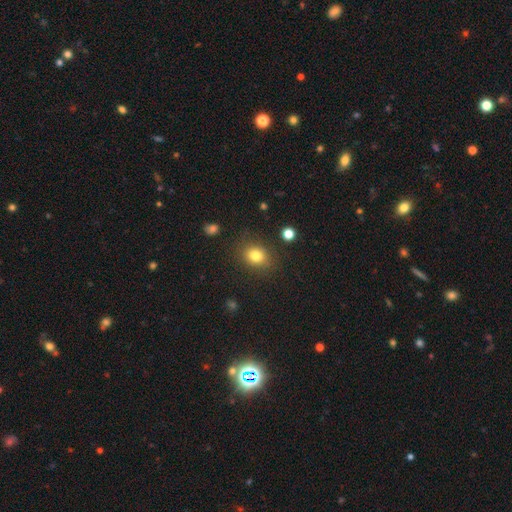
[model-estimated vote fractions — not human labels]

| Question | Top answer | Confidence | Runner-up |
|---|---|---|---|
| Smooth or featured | smooth | 81% | star or artifact (12%) |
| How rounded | round | 58% | in between (41%) |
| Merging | none | 83% | minor disturbance (11%) |